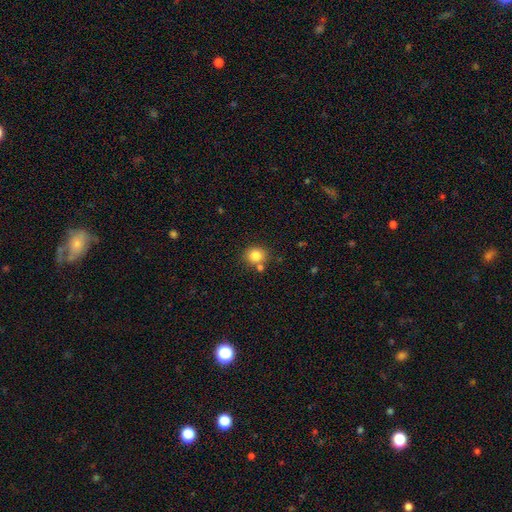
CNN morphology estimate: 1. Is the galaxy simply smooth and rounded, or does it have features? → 82% smooth, 11% star or artifact, 7% featured or disk.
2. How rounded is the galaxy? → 80% round, 19% in between, 1% cigar-shaped.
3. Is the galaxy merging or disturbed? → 71% none, 15% merger, 11% minor disturbance, 3% major disturbance.